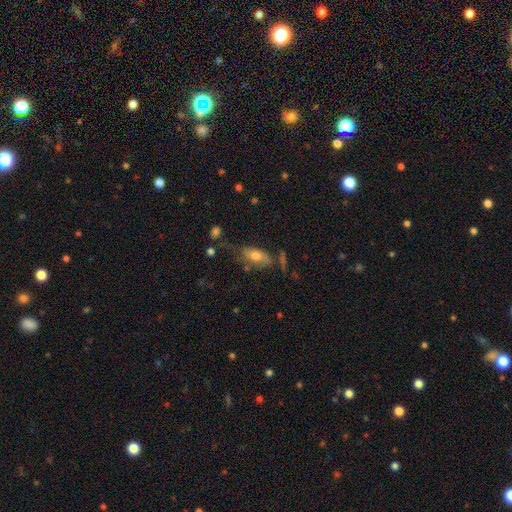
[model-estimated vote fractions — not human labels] Smooth or featured: smooth — 59% (featured or disk — 32%)
How rounded: in between — 84% (cigar-shaped — 10%)
Merging: none — 41% (minor disturbance — 27%)